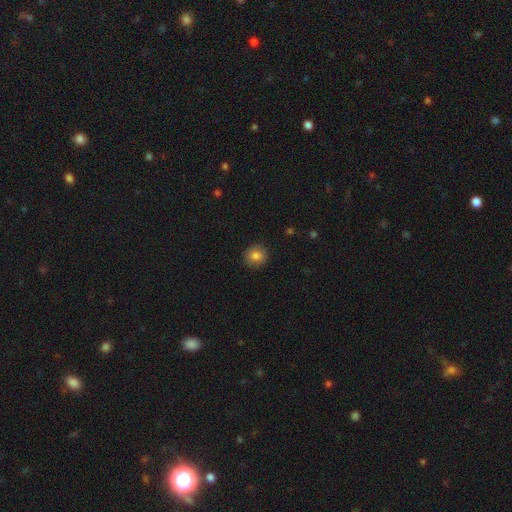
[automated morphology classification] smooth-or-featured: smooth: 83% | star or artifact: 10% | featured or disk: 7%
  how-rounded: round: 89% | in between: 10% | cigar-shaped: 1%
  merging: none: 90% | minor disturbance: 7% | major disturbance: 2% | merger: 1%